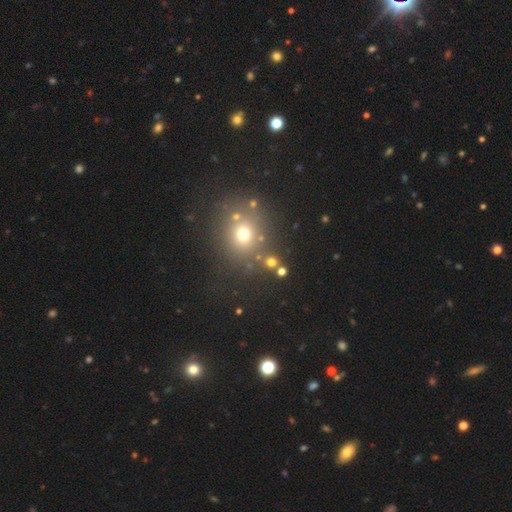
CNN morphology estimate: Smooth or featured? smooth (49%)
Merging? none (76%)